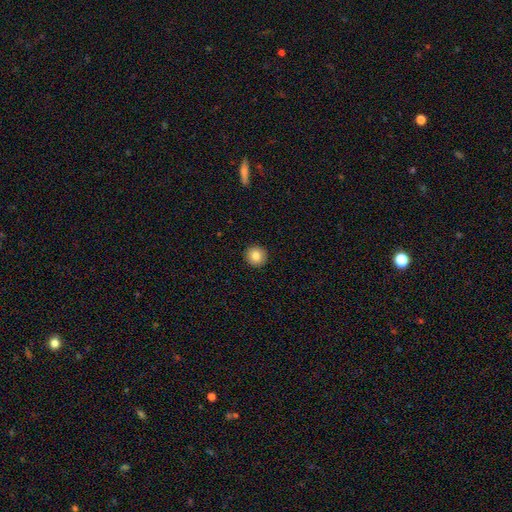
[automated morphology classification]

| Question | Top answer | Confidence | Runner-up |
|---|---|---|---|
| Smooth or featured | smooth | 84% | star or artifact (9%) |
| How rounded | round | 94% | in between (5%) |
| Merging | none | 93% | minor disturbance (4%) |